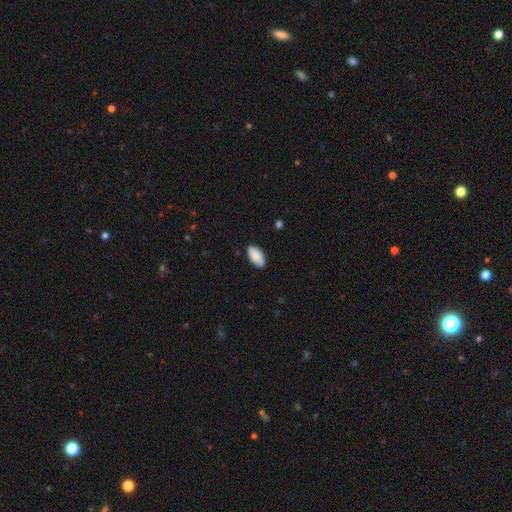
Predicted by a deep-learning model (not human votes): The model was most divided on "merging": none: 86%, minor disturbance: 11%, major disturbance: 2%, merger: 1%. More confident: how rounded — in between (95%); smooth or featured — smooth (89%).